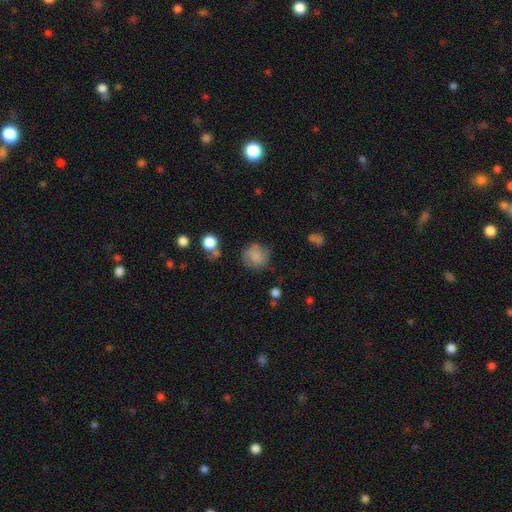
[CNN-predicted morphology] Smooth or featured? smooth (78%)
How rounded? round (86%)
Merging? none (70%)